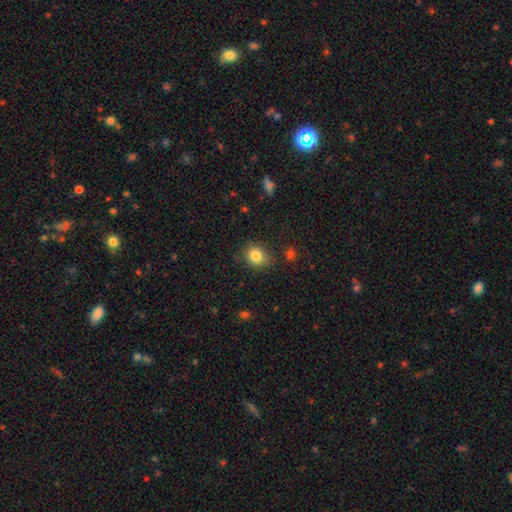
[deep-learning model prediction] Overall: smooth (83%). How rounded: round (61%; in between 38%). Merging: none (79%).